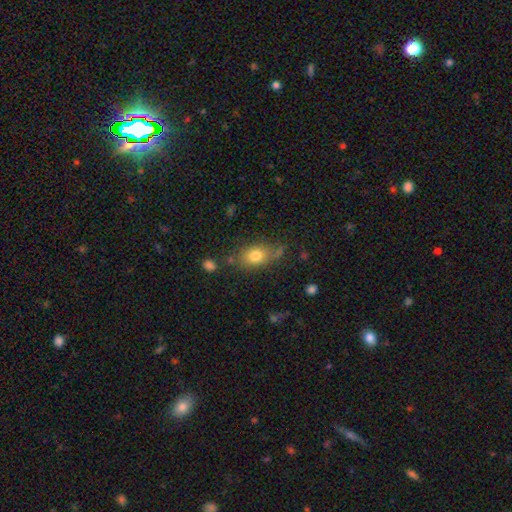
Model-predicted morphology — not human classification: Smooth or featured: smooth — 76% (featured or disk — 14%)
How rounded: in between — 76% (round — 21%)
Merging: none — 66% (minor disturbance — 20%)